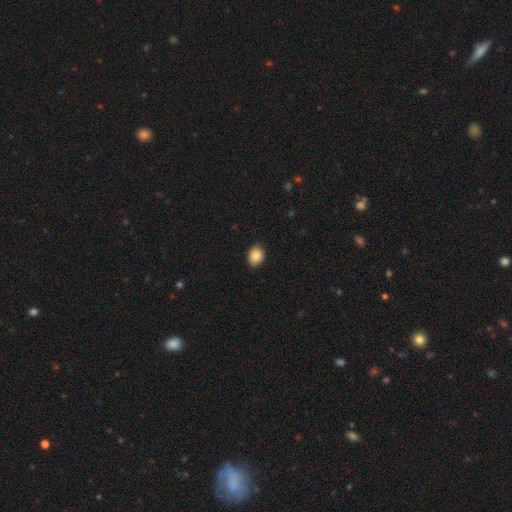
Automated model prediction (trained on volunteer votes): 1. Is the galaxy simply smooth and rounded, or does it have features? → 86% smooth, 8% star or artifact, 5% featured or disk.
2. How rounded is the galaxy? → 58% in between, 41% round, 1% cigar-shaped.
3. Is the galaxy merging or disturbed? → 87% none, 10% minor disturbance, 2% major disturbance, 1% merger.